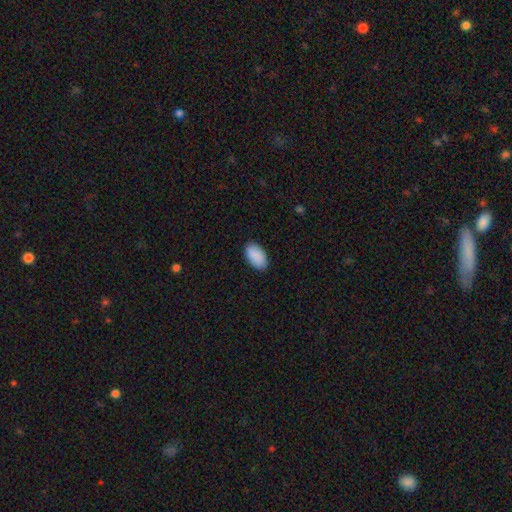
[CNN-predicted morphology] type=smooth (91%); roundness=in between (95%); merging=none (88%).